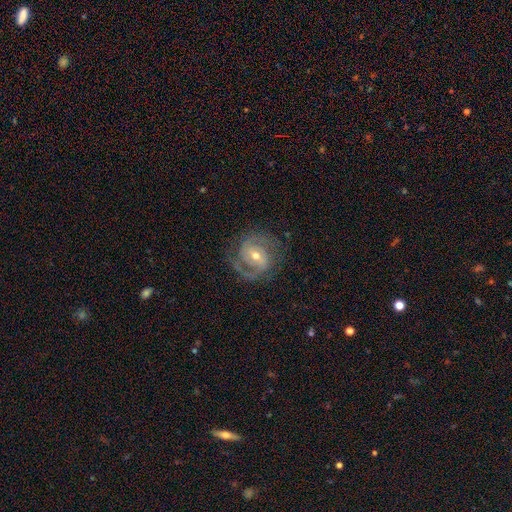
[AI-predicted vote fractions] A featured or disk galaxy (87%) with a weak bar (45%), 2 (78%) medium (46%) spiral arms (96%) and a moderate central bulge (55%).

Vote fractions:
- Smooth or featured? featured or disk: 87% / smooth: 8% / star or artifact: 5%
- Edge-on disk? no: 97% / yes: 3%
- Bar? weak: 45% / no: 32% / strong: 23%
- Spiral arms? yes: 96% / no: 4%
- Spiral winding? medium: 46% / tight: 43% / loose: 12%
- Spiral arm count? 2: 78% / can't tell: 7% / 3: 6% / 1: 5% / 4: 2% / more than 4: 2%
- Bulge size? moderate: 55% / small: 41% / large: 2% / none: 1% / dominant: 1%
- Merging? none: 74% / minor disturbance: 15% / major disturbance: 9% / merger: 1%